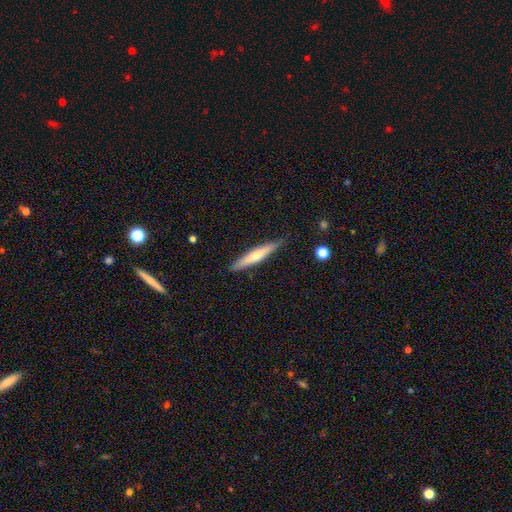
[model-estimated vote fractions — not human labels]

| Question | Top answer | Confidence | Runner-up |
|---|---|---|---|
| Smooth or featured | smooth | 48% | featured or disk (46%) |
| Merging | none | 86% | minor disturbance (11%) |